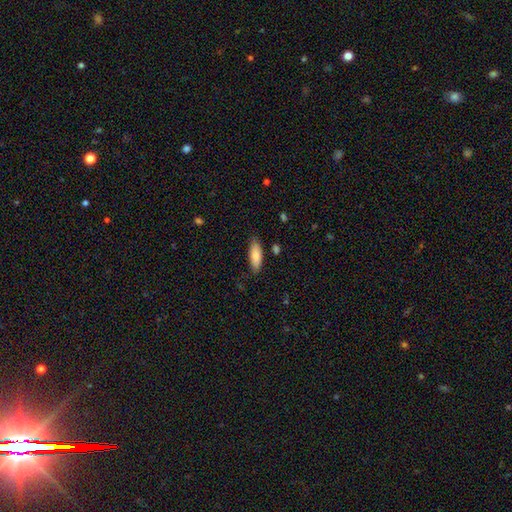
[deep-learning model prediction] This is clearly a smooth galaxy (84%). How rounded: likely in between (66%). Merging: clearly none (81%).